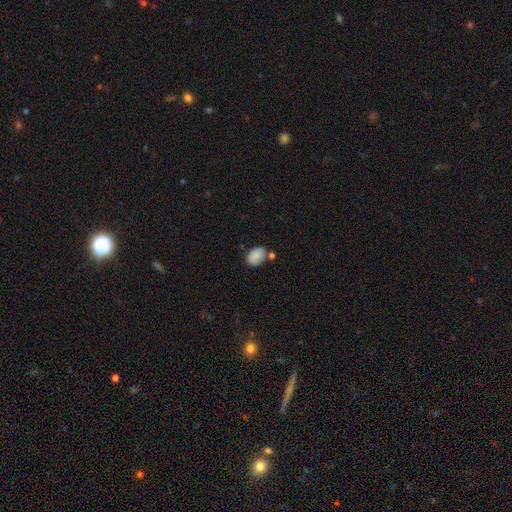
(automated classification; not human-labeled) Smooth or featured? Predicted: smooth (p=0.86). How rounded? Predicted: in between (p=0.80). Merging? Predicted: none (p=0.67).